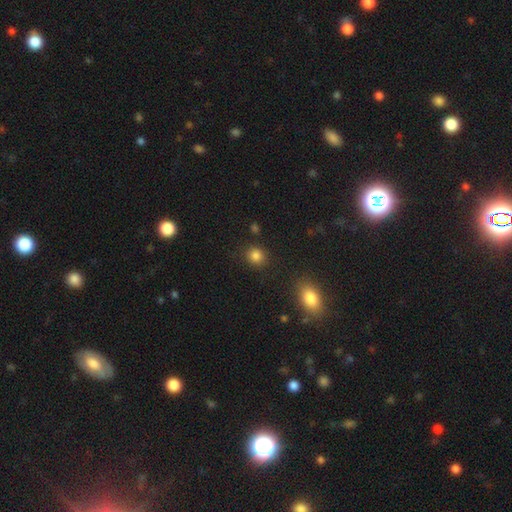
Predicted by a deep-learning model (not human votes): A smooth galaxy with no disk features (84%) that is round (80%). Merging: none (85%).